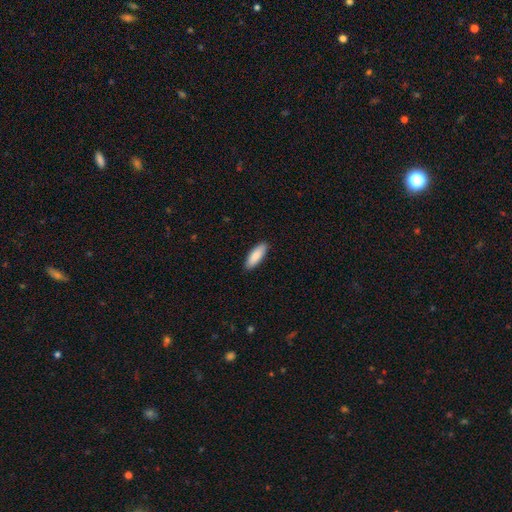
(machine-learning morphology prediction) type=smooth (89%); roundness=in between (64%); merging=none (89%).